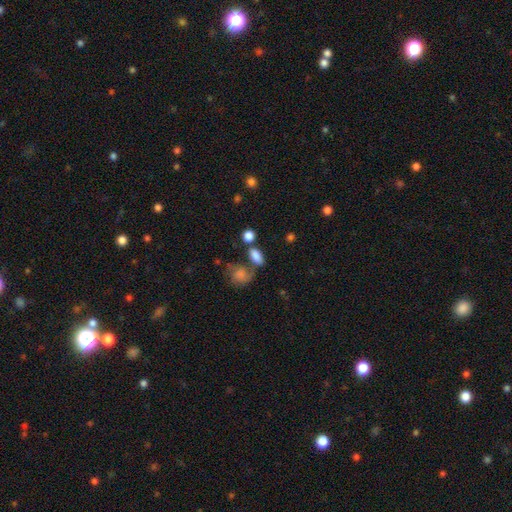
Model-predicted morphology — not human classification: This appears to be a smooth galaxy with no disk features (81%) that is in between round and cigar-shaped (81%). Merging: none (52%).